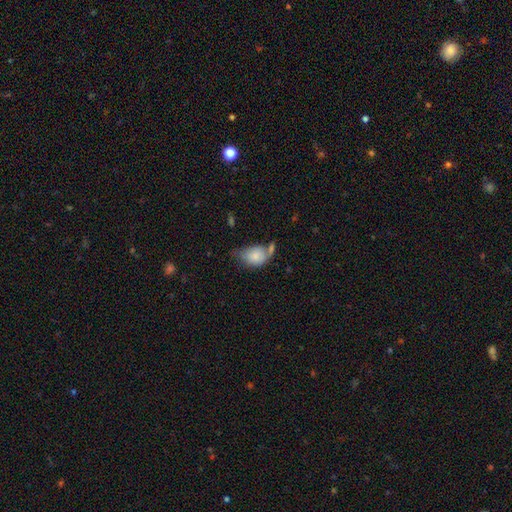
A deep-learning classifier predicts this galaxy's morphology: smooth-or-featured: smooth: 77% | featured or disk: 15% | star or artifact: 8%
  how-rounded: in between: 73% | round: 26% | cigar-shaped: 1%
  merging: minor disturbance: 31% | none: 30% | merger: 24% | major disturbance: 15%